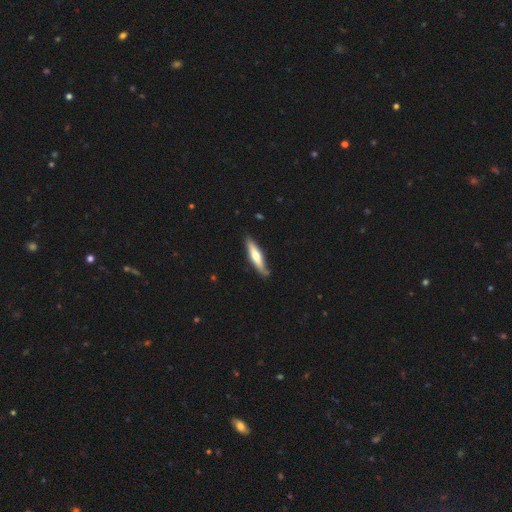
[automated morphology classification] Overall: smooth (54%; featured or disk 41%). How rounded: cigar-shaped (82%). Merging: none (81%).